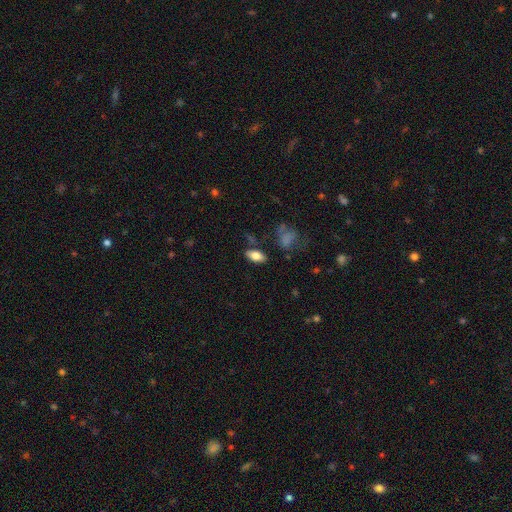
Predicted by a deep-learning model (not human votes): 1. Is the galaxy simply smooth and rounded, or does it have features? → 78% smooth, 14% featured or disk, 8% star or artifact.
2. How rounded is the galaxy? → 88% in between, 8% cigar-shaped, 4% round.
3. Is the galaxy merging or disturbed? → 80% none, 13% minor disturbance, 4% merger, 4% major disturbance.